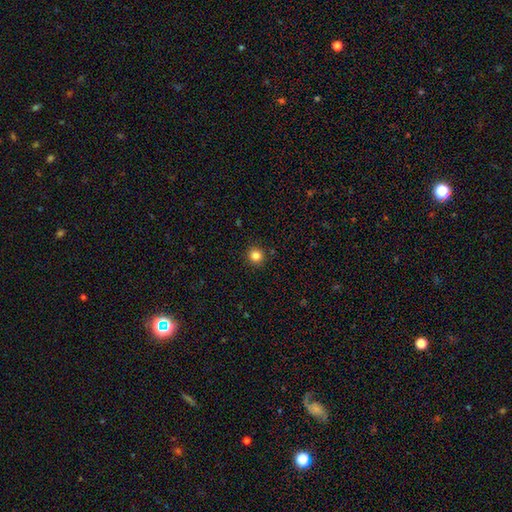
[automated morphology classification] type=smooth (84%); roundness=round (94%); merging=none (91%).